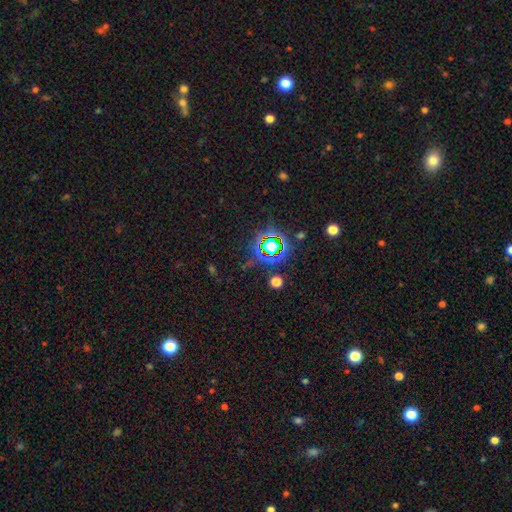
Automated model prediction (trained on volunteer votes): Smooth or featured: star or artifact — 77% (smooth — 15%)